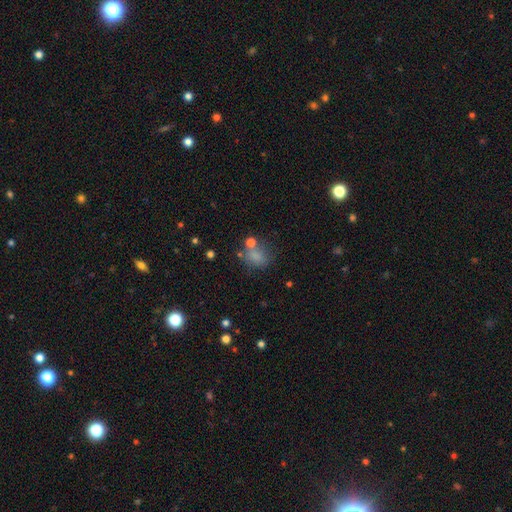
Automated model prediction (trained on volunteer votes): A smooth galaxy with no disk features (73%) that is in between round and cigar-shaped (51%). Merging: none (51%).